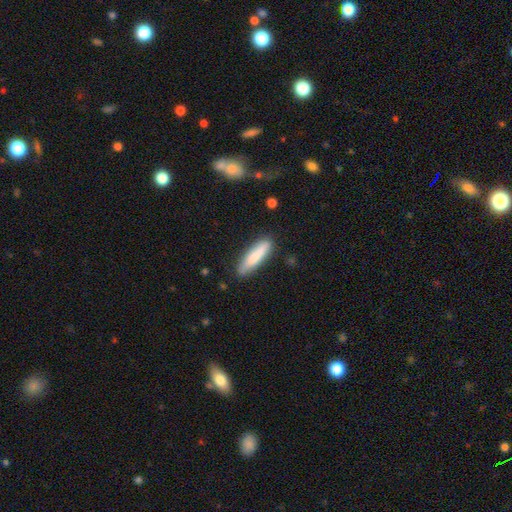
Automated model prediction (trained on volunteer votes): A smooth galaxy with no disk features (78%) that is cigar-shaped (75%). Merging: none (84%).